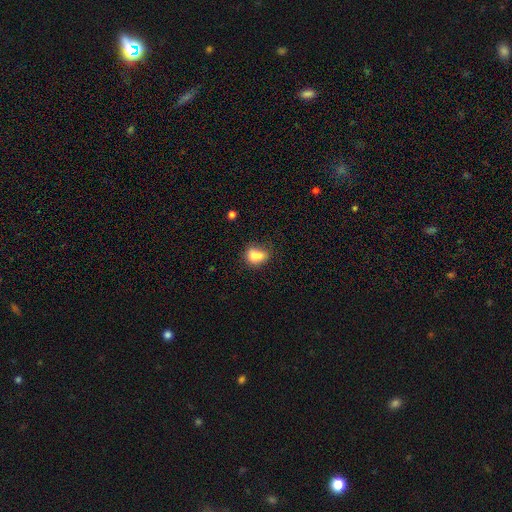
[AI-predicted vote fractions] The model was most divided on "how rounded" (2-way tie): in between: 49%, round: 49%, cigar-shaped: 2%. Remaining: smooth or featured — smooth (73%); merging — merger (49%).